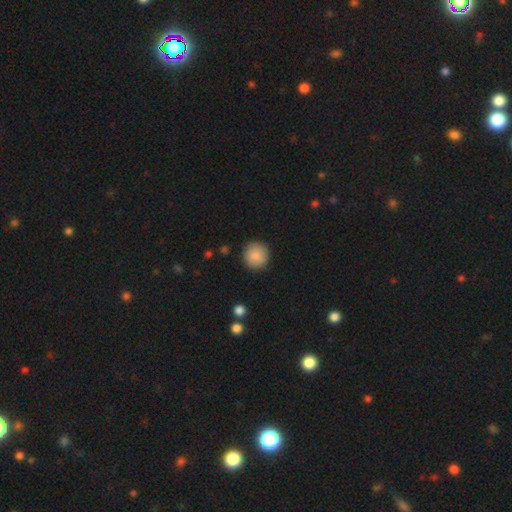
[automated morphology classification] This appears to be a smooth galaxy with no disk features (86%) that is round (94%). Merging: none (89%).